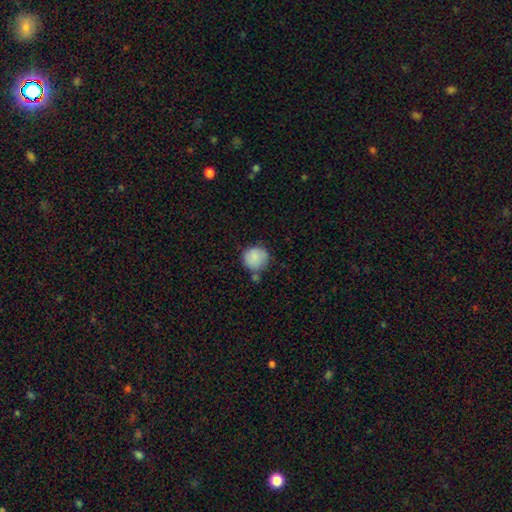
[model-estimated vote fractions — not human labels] smooth 86%, star or artifact 7%, featured or disk 7%. Down the decision tree: how rounded — round (91%); merging — none (63%).